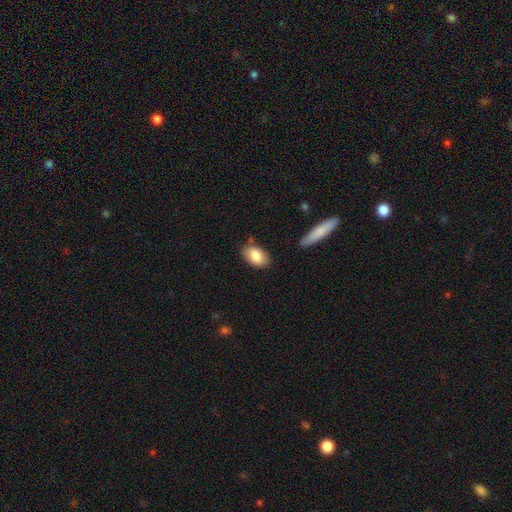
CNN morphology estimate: Smooth or featured? smooth (85%)
How rounded? in between (92%)
Merging? none (79%)